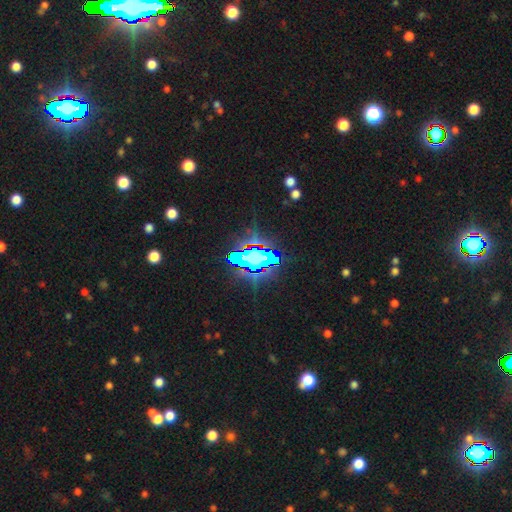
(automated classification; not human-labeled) A star or artifact, not a galaxy (62%).